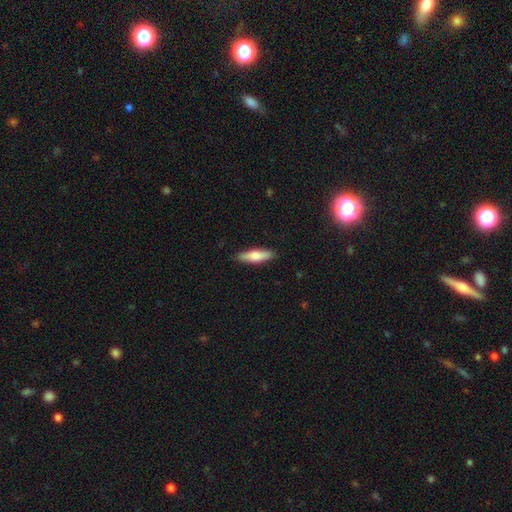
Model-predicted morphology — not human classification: This is likely a smooth galaxy (71%). How rounded: likely cigar-shaped (60%). Merging: clearly none (88%).